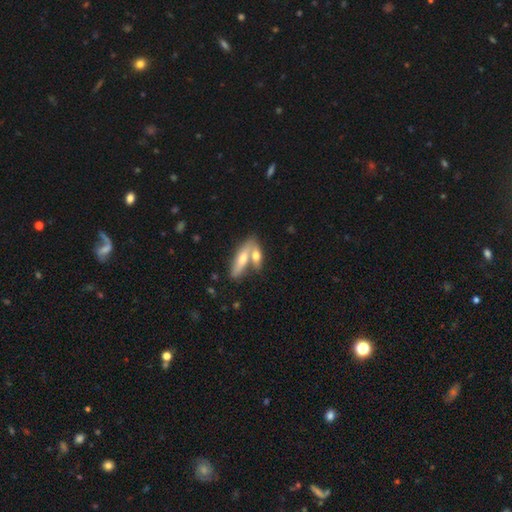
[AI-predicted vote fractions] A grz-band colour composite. It shows a smooth galaxy with no disk features (59%) that is in between round and cigar-shaped (57%). Merging: merger (54%).